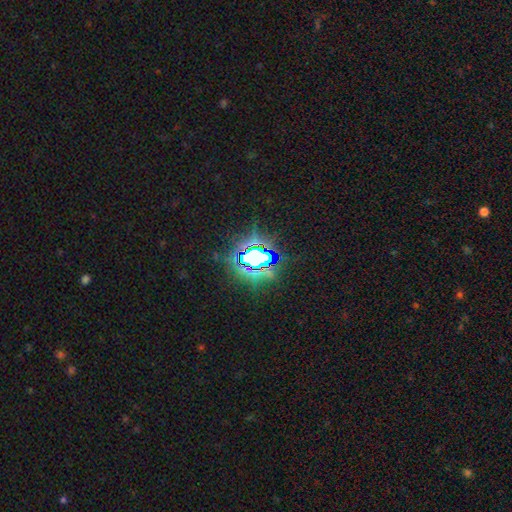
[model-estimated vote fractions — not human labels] This is likely a star or artifact rather than a galaxy (72%).